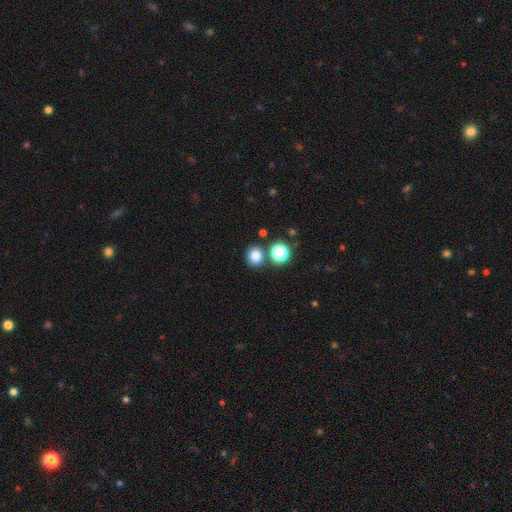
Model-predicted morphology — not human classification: The model was most divided on "how rounded": round: 80%, in between: 19%, cigar-shaped: 1%. More confident: smooth or featured — smooth (80%); merging — none (75%).